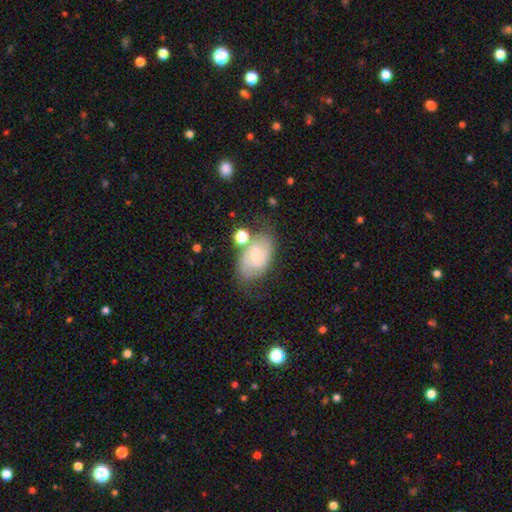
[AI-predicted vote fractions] This appears to be a featured or disk galaxy (69%) with a weak bar (55%), 2 (81%) medium (49%) spiral arms (91%) and a small central bulge (59%). Merging: none (62%).